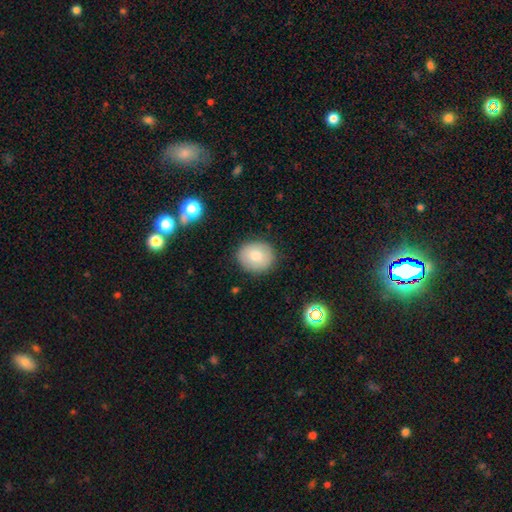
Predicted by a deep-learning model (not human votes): smooth_or_featured: smooth (p=0.78) [alt: featured or disk p=0.14]
how_rounded: round (p=0.73) [alt: in between p=0.26]
merging: none (p=0.87) [alt: minor disturbance p=0.09]